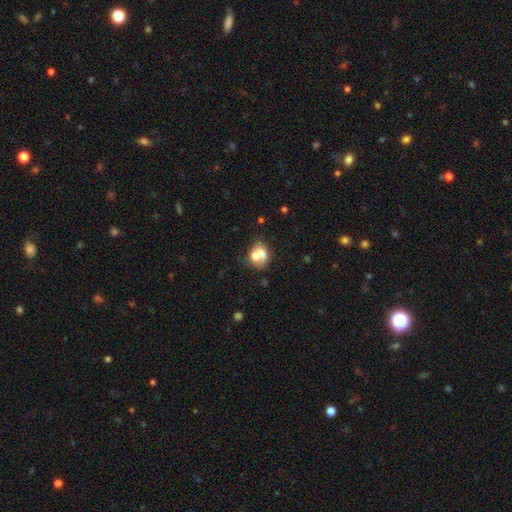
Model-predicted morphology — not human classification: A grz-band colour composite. It shows a smooth galaxy with no disk features (62%) that is round (58%). Merging: merger (56%).